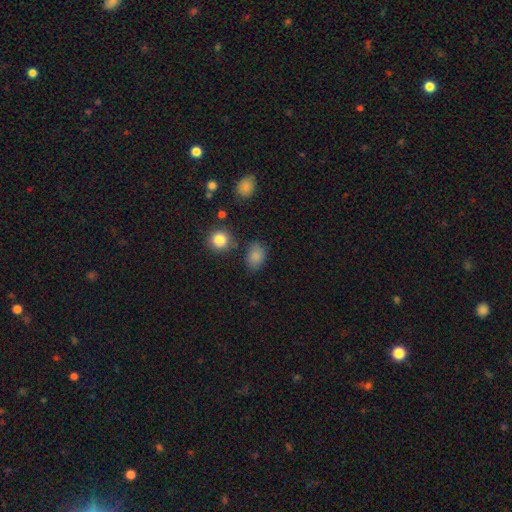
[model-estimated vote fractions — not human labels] Smooth or featured? smooth (83%)
How rounded? in between (69%)
Merging? none (71%)